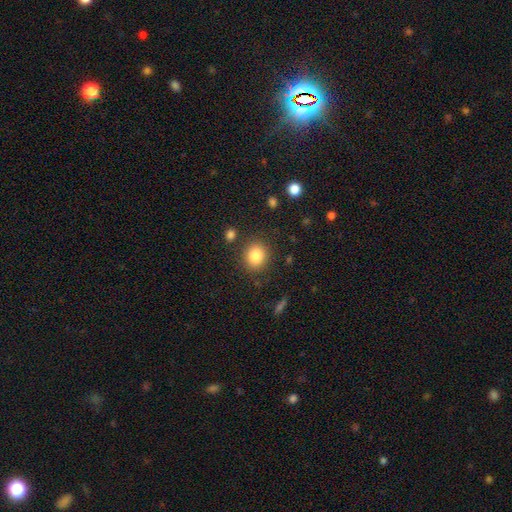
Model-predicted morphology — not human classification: Smooth or featured? smooth (84%)
How rounded? round (72%)
Merging? none (85%)